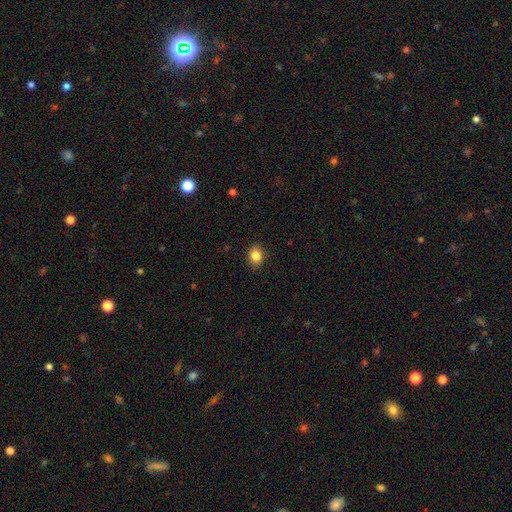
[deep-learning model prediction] smooth-or-featured: smooth: 85% | star or artifact: 9% | featured or disk: 5%
  how-rounded: in between: 52% | round: 47% | cigar-shaped: 1%
  merging: none: 89% | minor disturbance: 8% | major disturbance: 2% | merger: 1%